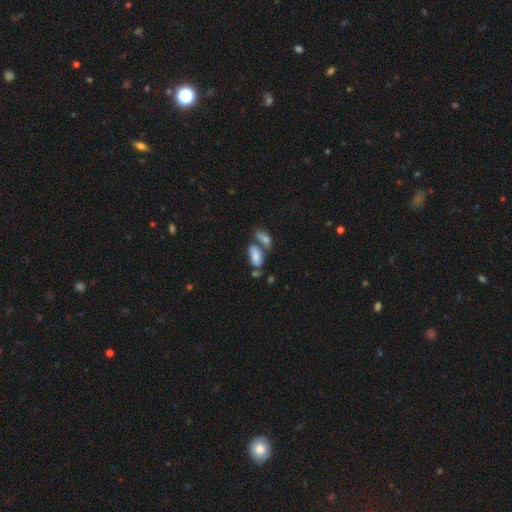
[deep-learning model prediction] smooth 74%, featured or disk 18%, star or artifact 8%. Down the decision tree: how rounded — in between (90%); merging — merger (41%).